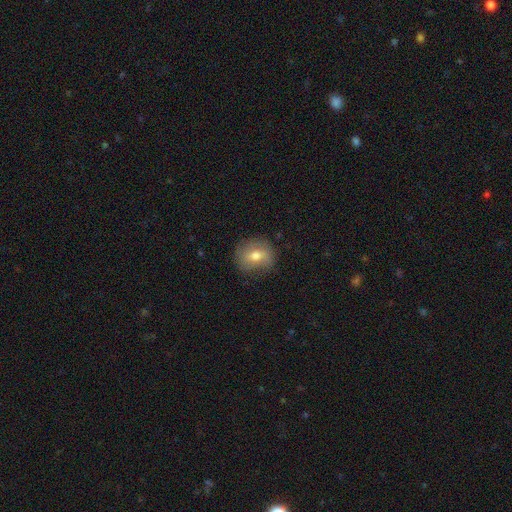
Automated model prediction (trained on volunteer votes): This appears to be a smooth galaxy with no disk features (61%) that is round (71%). Merging: none (77%).